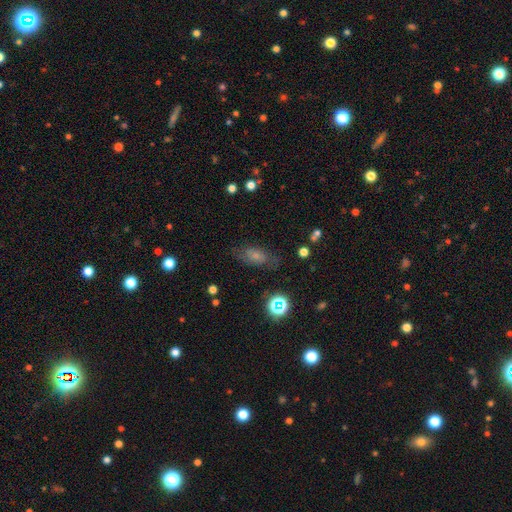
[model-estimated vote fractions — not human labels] The model was most divided on "smooth or featured": smooth: 50%, featured or disk: 33%, star or artifact: 17%. More confident: how rounded — in between (80%); merging — none (69%).